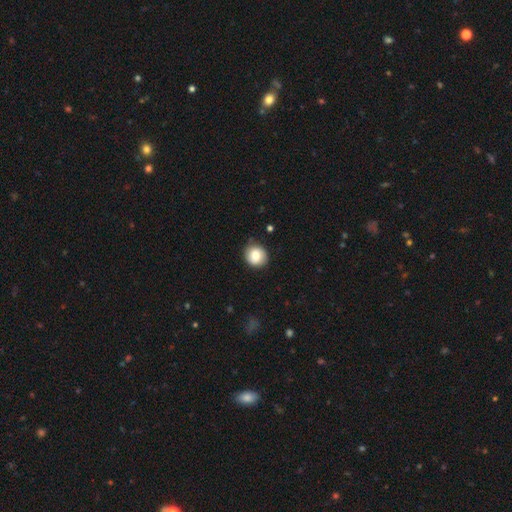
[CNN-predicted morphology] Smooth or featured? Predicted: smooth (p=0.80). How rounded? Predicted: round (p=0.87). Merging? Predicted: none (p=0.82).